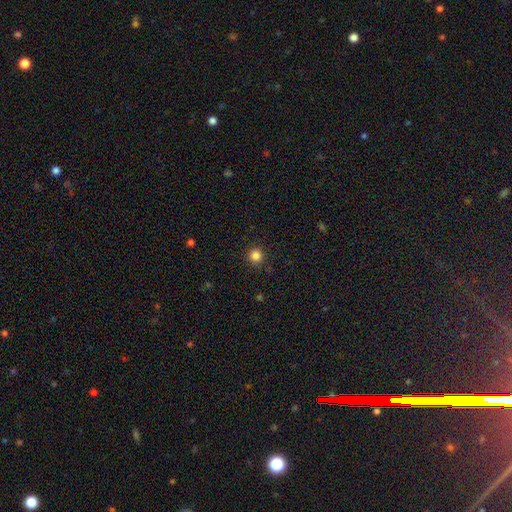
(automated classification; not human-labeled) Q: Smooth or featured?
A: smooth (84%); runner-up: star or artifact (12%)
Q: How rounded?
A: round (94%); runner-up: in between (5%)
Q: Merging?
A: none (90%); runner-up: minor disturbance (6%)